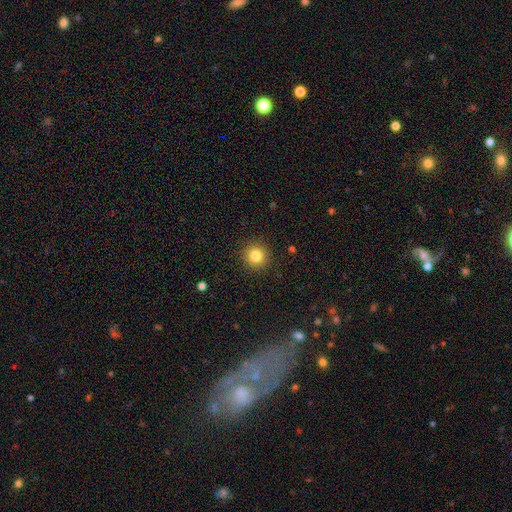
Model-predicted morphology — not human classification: smooth 83%, star or artifact 11%, featured or disk 6%. Down the decision tree: how rounded — round (94%); merging — none (91%).